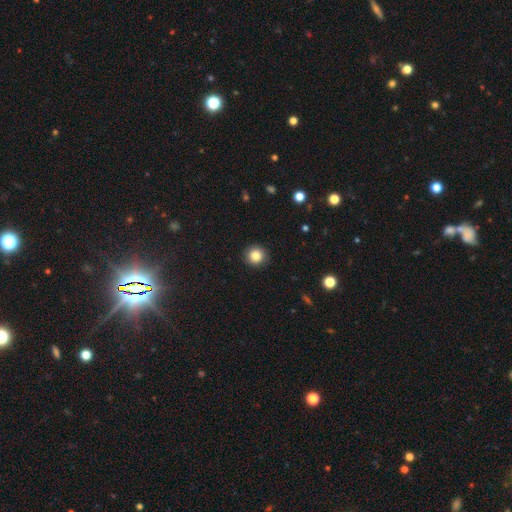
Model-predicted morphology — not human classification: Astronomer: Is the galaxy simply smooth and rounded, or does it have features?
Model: smooth — 85%.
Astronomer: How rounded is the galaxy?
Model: round — 94%.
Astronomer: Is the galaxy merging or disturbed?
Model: none — 91%.